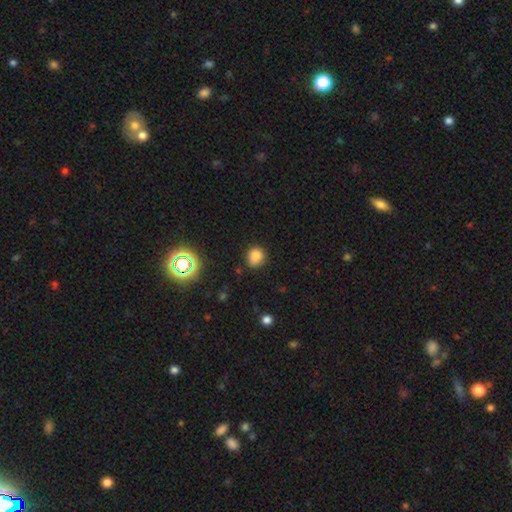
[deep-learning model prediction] smooth 80%, star or artifact 15%, featured or disk 5%. Down the decision tree: how rounded — round (76%); merging — none (75%).